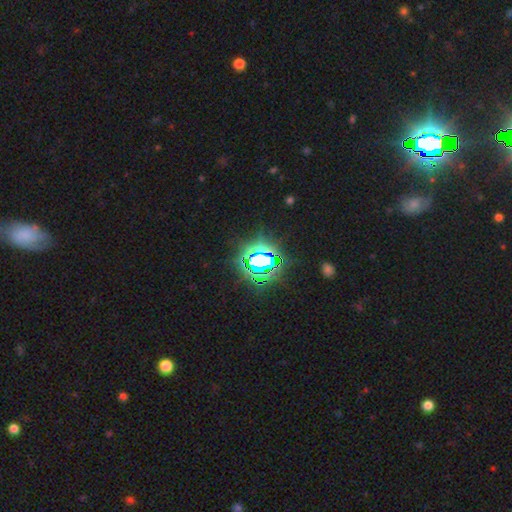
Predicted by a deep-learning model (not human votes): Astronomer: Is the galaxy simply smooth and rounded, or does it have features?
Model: star or artifact — 76%.